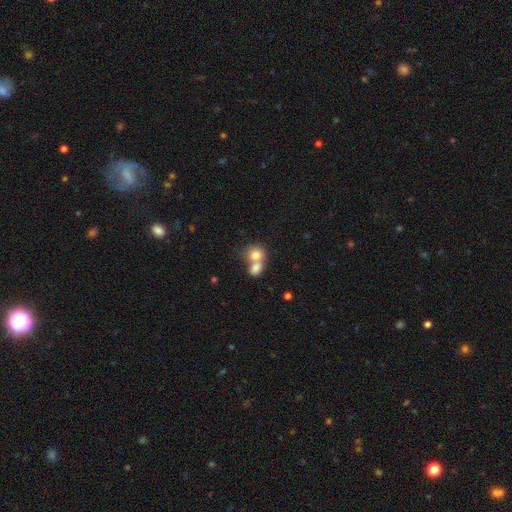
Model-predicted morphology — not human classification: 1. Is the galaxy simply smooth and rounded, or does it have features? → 77% smooth, 14% featured or disk, 9% star or artifact.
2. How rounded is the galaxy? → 65% round, 34% in between, 1% cigar-shaped.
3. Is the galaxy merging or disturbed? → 65% merger, 26% none, 6% minor disturbance, 3% major disturbance.